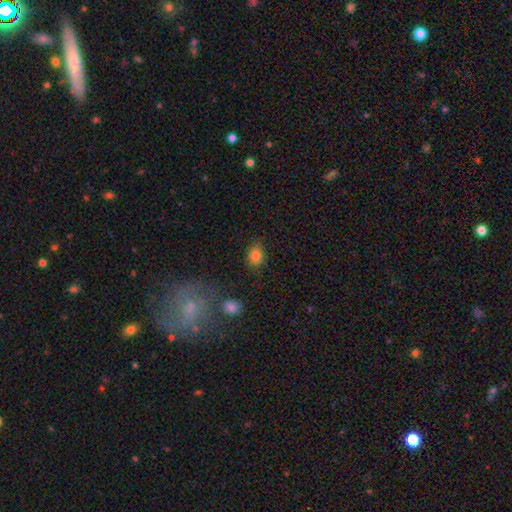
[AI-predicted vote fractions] Smooth or featured? Predicted: smooth (p=0.83). How rounded? Predicted: in between (p=0.52). Merging? Predicted: none (p=0.79).